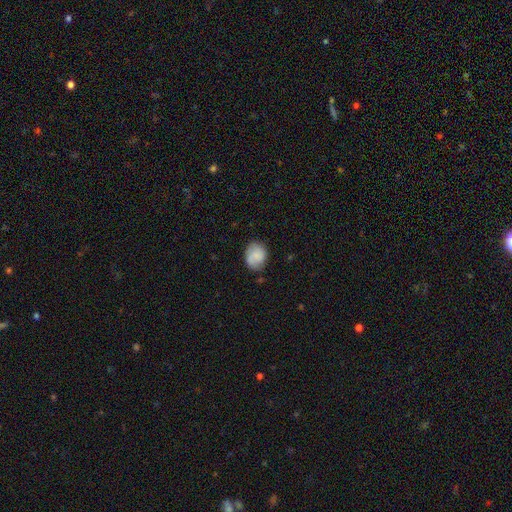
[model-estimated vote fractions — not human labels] A smooth galaxy with no disk features (76%) that is round (53%). Merging: none (72%).